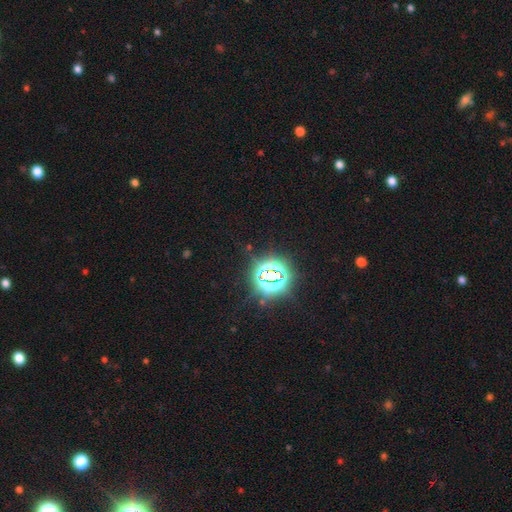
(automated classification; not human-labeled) smooth_or_featured: star or artifact (p=0.86) [alt: smooth p=0.09]